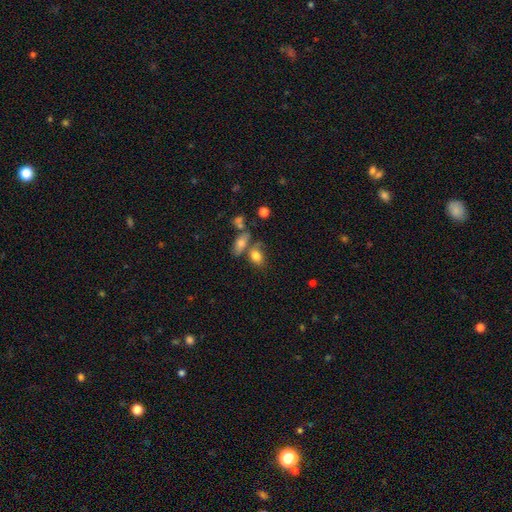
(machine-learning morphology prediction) The model was most divided on "merging": none: 45%, merger: 31%, minor disturbance: 16%, major disturbance: 8%. More confident: smooth or featured — smooth (78%); how rounded — in between (75%).